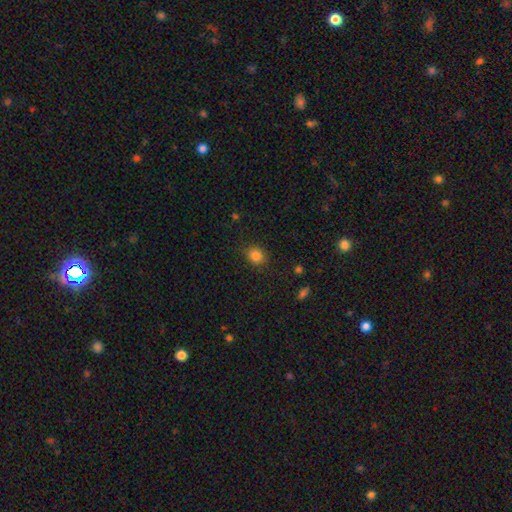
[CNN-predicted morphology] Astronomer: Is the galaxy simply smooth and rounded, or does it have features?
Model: smooth — 83%.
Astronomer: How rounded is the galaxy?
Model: round — 70%.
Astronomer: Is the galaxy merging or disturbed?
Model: none — 84%.